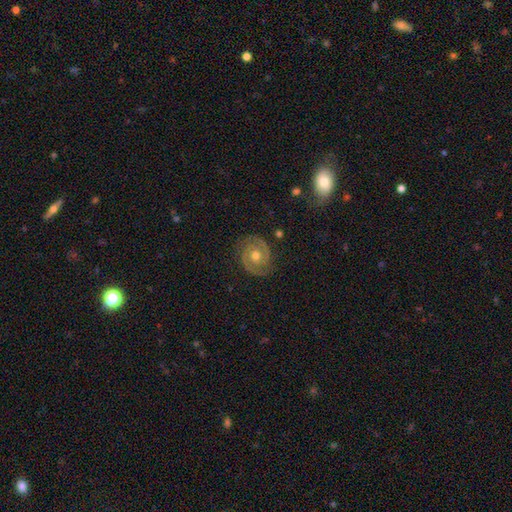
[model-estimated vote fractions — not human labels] featured or disk 87%, smooth 7%, star or artifact 6%. Down the decision tree: edge-on disk — no (98%); bar — no (70%); spiral arms — yes (97%); spiral arm count — 2 (92%); spiral winding — tight (59%); bulge size — moderate (75%); merging — none (85%).